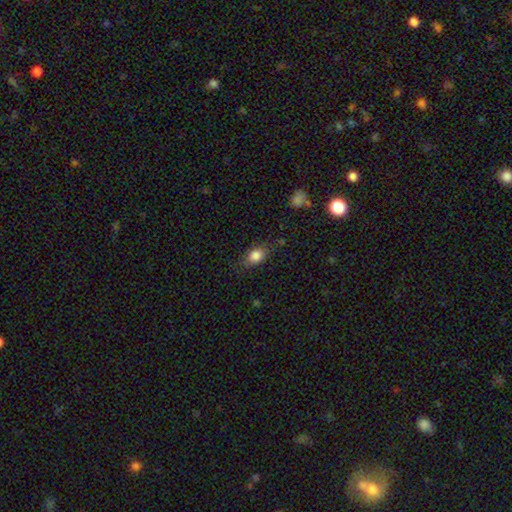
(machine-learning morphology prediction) Smooth or featured? smooth (83%)
How rounded? in between (73%)
Merging? none (74%)